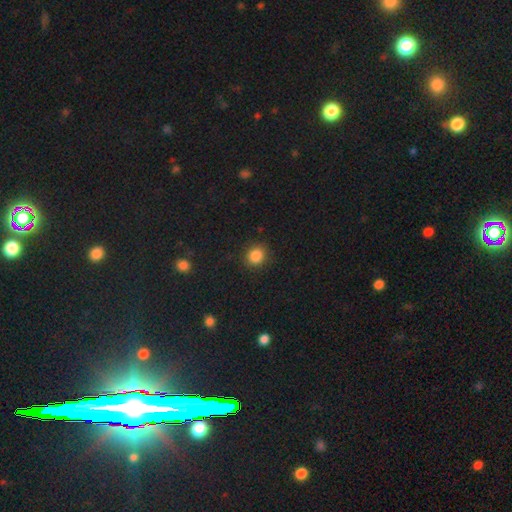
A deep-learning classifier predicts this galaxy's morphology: type=smooth (85%); roundness=round (78%); merging=none (89%).